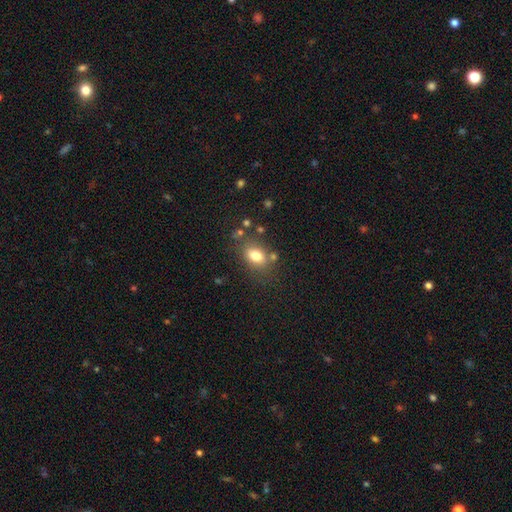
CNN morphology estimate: Q: Smooth or featured?
A: smooth (78%); runner-up: featured or disk (11%)
Q: How rounded?
A: in between (75%); runner-up: round (23%)
Q: Merging?
A: none (71%); runner-up: minor disturbance (15%)